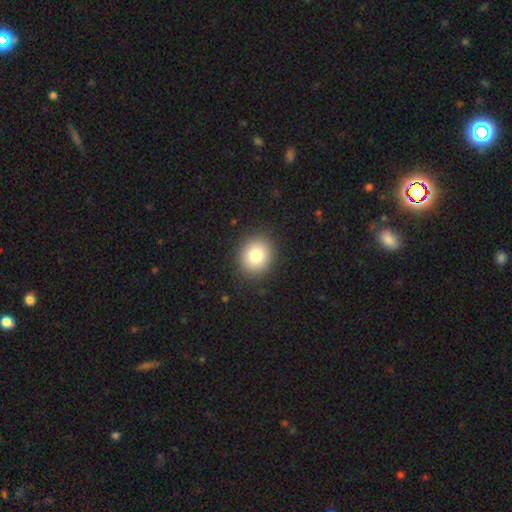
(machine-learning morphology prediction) smooth_or_featured: smooth (p=0.83) [alt: star or artifact p=0.09]
how_rounded: round (p=0.67) [alt: in between p=0.32]
merging: none (p=0.89) [alt: minor disturbance p=0.07]